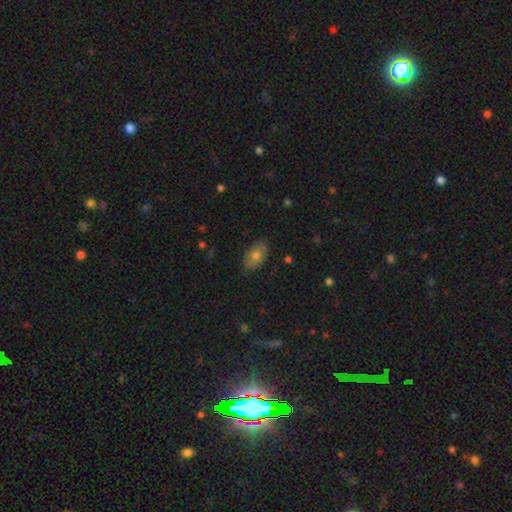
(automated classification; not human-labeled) smooth_or_featured: smooth (p=0.65) [alt: featured or disk p=0.26]
how_rounded: in between (p=0.88) [alt: round p=0.11]
merging: none (p=0.84) [alt: minor disturbance p=0.13]